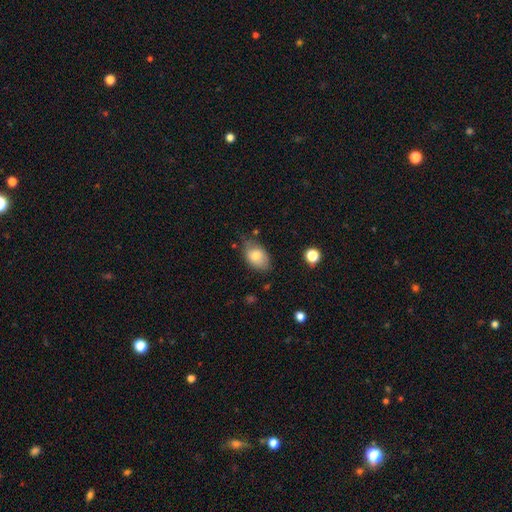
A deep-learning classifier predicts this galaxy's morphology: type=smooth (77%); roundness=in between (86%); merging=none (62%).